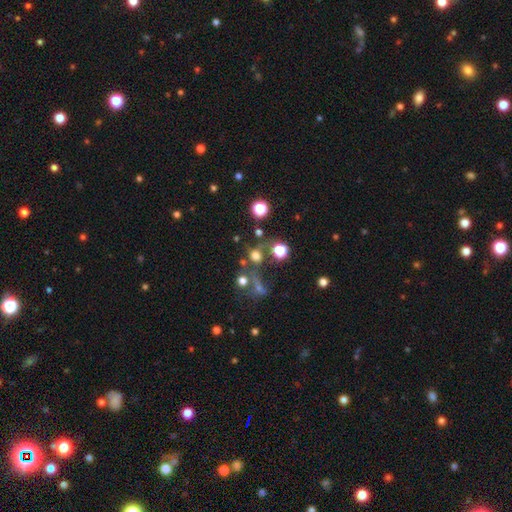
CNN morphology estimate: A smooth galaxy with no disk features (58%) that is round (80%). Merging: none (53%).